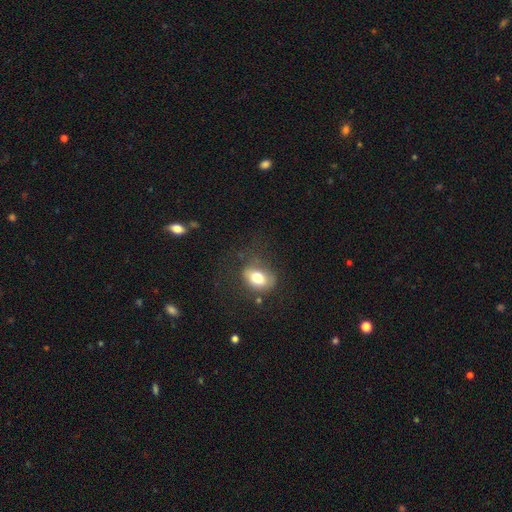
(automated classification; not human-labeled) Morphology: type=smooth (53%); roundness=round (59%); merging=none (64%).